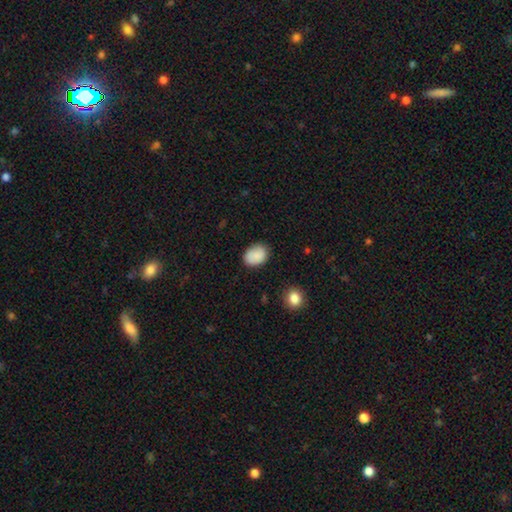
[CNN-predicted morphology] The model was most divided on "how rounded": in between: 67%, round: 32%, cigar-shaped: 1%. More confident: smooth or featured — smooth (88%); merging — none (81%).